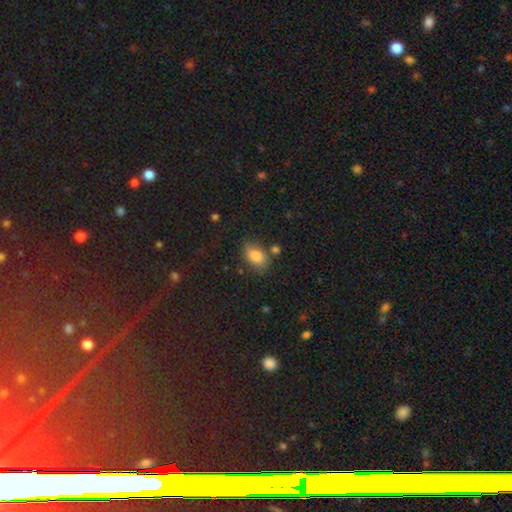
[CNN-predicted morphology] Smooth or featured?
  - smooth: 81% *
  - featured or disk: 9%
  - star or artifact: 9%
How rounded?
  - in between: 85% *
  - round: 14%
  - cigar-shaped: 2%
Merging?
  - none: 76% *
  - minor disturbance: 14%
  - merger: 6%
  - major disturbance: 4%